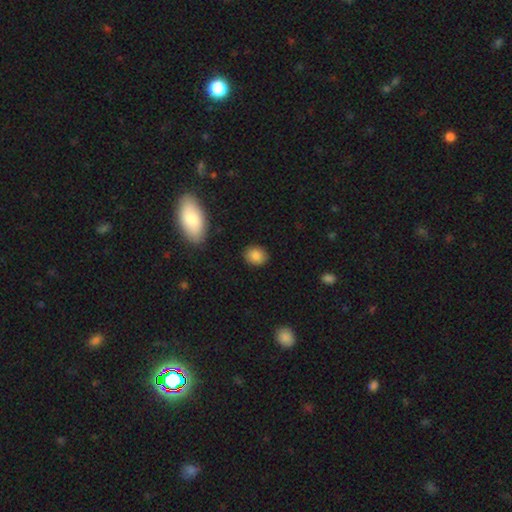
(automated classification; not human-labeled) Smooth or featured? smooth (84%)
How rounded? round (59%)
Merging? none (88%)